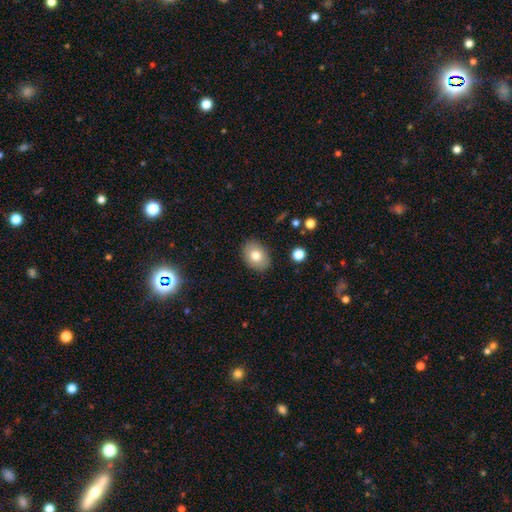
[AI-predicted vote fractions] smooth-or-featured: smooth: 77% | featured or disk: 15% | star or artifact: 8%
  how-rounded: in between: 77% | round: 22% | cigar-shaped: 1%
  merging: none: 87% | minor disturbance: 9% | major disturbance: 2% | merger: 1%